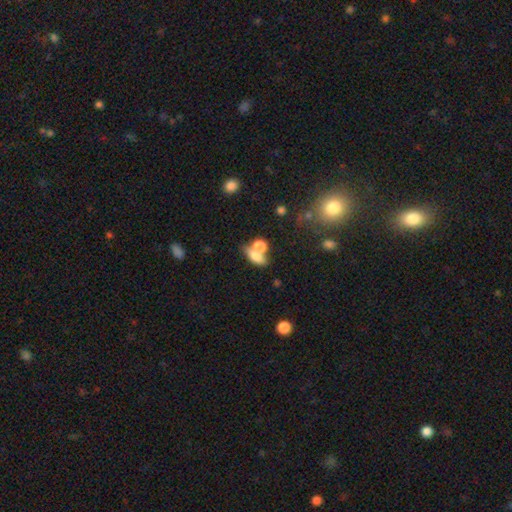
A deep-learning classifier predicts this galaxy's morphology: Overall: smooth (71%). How rounded: in between (68%). Merging: merger (52%; none 32%).